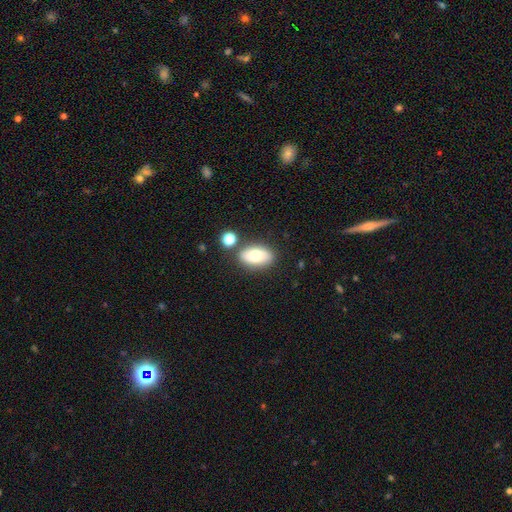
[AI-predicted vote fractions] Morphology: type=smooth (69%); roundness=in between (89%); merging=none (77%).